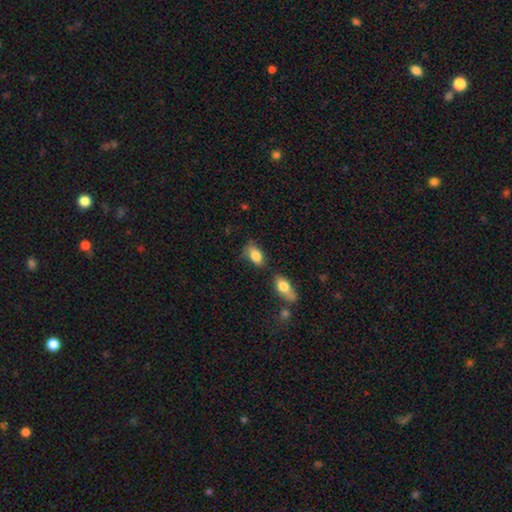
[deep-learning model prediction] Morphology: type=smooth (82%); roundness=in between (89%); merging=none (54%).